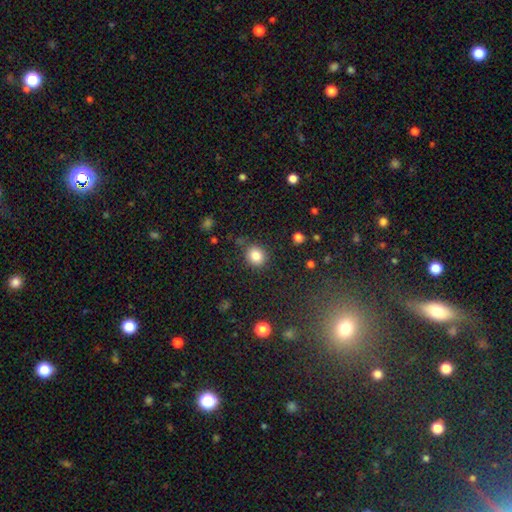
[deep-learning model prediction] Smooth or featured? Predicted: smooth (p=0.85). How rounded? Predicted: round (p=0.80). Merging? Predicted: none (p=0.82).